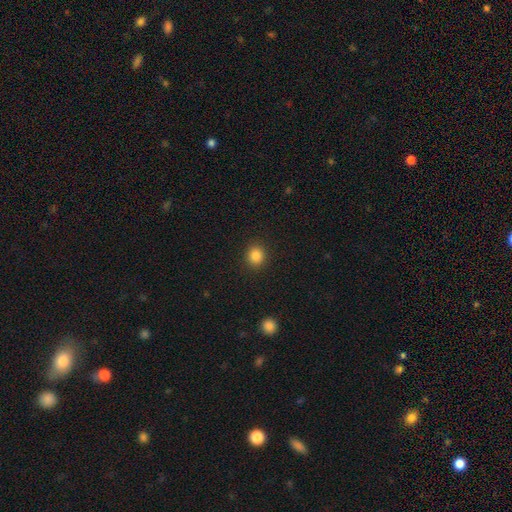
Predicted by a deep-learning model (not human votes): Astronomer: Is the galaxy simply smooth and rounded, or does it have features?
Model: smooth — 85%.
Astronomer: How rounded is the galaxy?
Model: round — 83%.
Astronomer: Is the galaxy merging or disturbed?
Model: none — 91%.